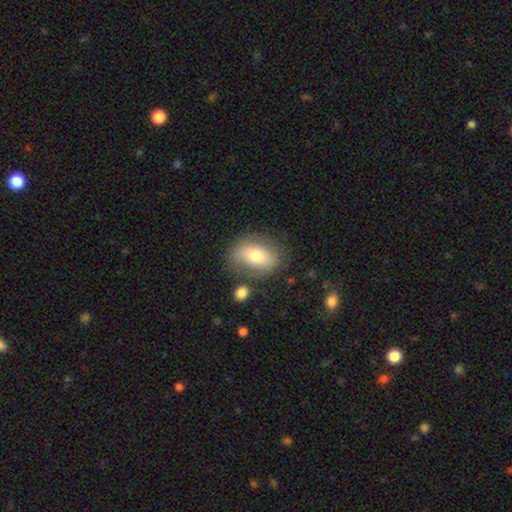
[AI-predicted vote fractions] A smooth galaxy with no disk features (66%) that is in between round and cigar-shaped (79%).

Vote fractions:
- Smooth or featured? smooth: 66% / featured or disk: 26% / star or artifact: 8%
- How rounded? in between: 79% / round: 19% / cigar-shaped: 2%
- Merging? none: 72% / minor disturbance: 17% / major disturbance: 6% / merger: 5%